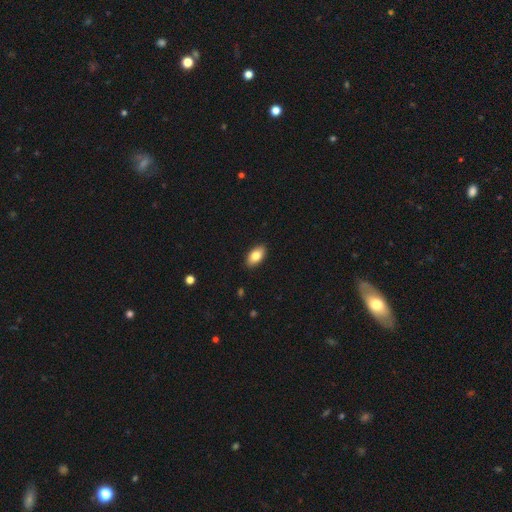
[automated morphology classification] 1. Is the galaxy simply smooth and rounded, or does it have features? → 81% smooth, 12% featured or disk, 7% star or artifact.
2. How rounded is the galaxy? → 93% in between, 4% round, 3% cigar-shaped.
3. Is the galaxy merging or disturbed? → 89% none, 8% minor disturbance, 2% major disturbance, 1% merger.